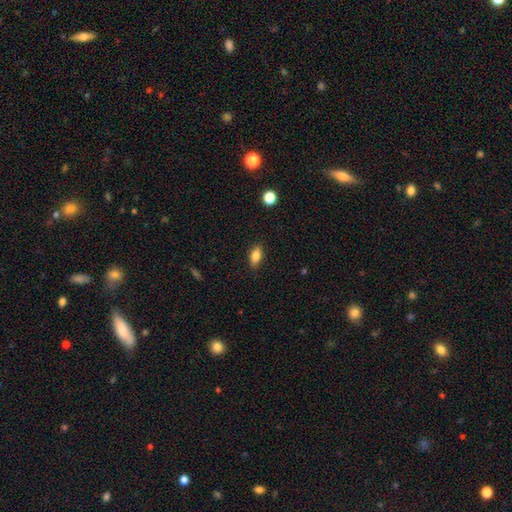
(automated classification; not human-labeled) smooth_or_featured: smooth (p=0.81) [alt: featured or disk p=0.11]
how_rounded: in between (p=0.85) [alt: cigar-shaped p=0.11]
merging: none (p=0.87) [alt: minor disturbance p=0.10]